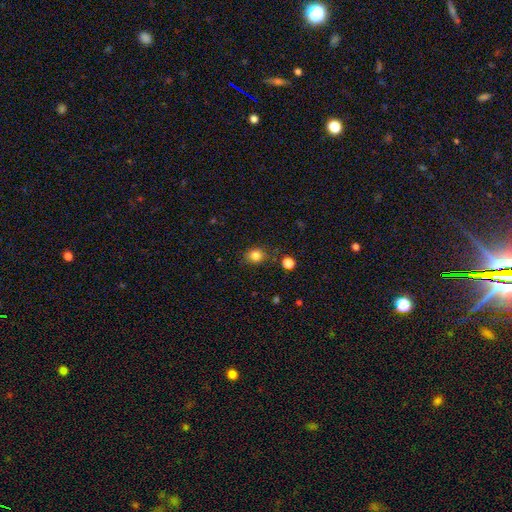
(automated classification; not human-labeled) smooth 82%, star or artifact 13%, featured or disk 5%. Down the decision tree: how rounded — round (76%); merging — none (81%).